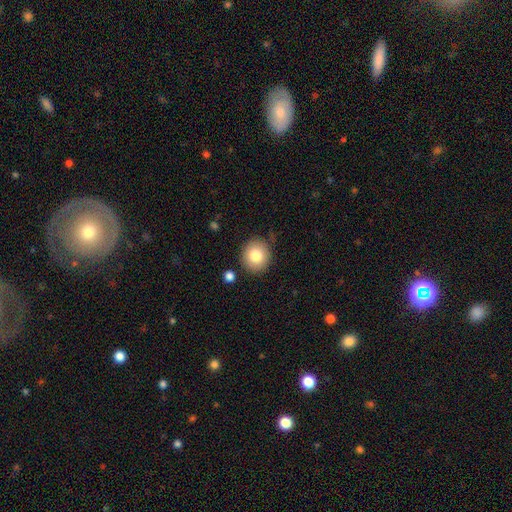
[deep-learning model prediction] smooth_or_featured: smooth (p=0.81) [alt: featured or disk p=0.10]
how_rounded: round (p=0.86) [alt: in between p=0.13]
merging: none (p=0.85) [alt: minor disturbance p=0.10]